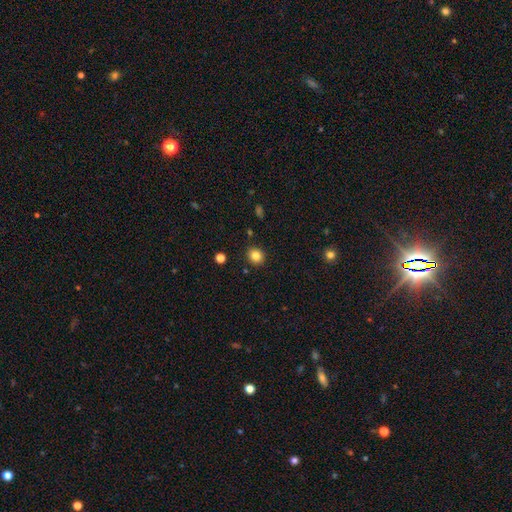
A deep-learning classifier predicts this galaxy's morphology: Smooth or featured? smooth (83%)
How rounded? round (79%)
Merging? none (89%)